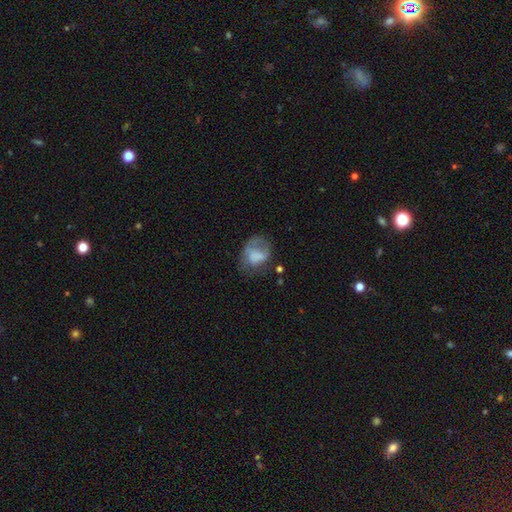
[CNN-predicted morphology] This appears to be a smooth galaxy with no disk features (59%) that is in between round and cigar-shaped (61%). Merging: major disturbance (35%).